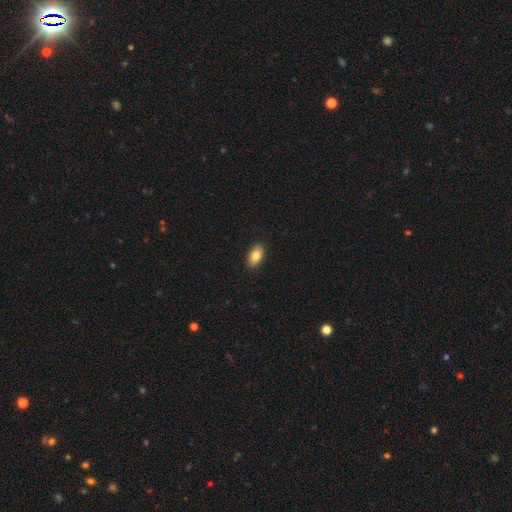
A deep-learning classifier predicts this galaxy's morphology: This appears to be a smooth galaxy with no disk features (83%) that is in between round and cigar-shaped (92%). Merging: none (90%).